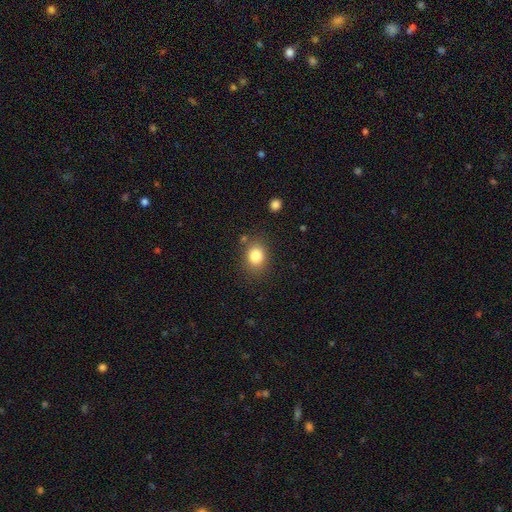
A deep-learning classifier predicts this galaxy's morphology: The model was most divided on "how rounded": round: 52%, in between: 47%, cigar-shaped: 1%. More confident: smooth or featured — smooth (83%); merging — none (80%).